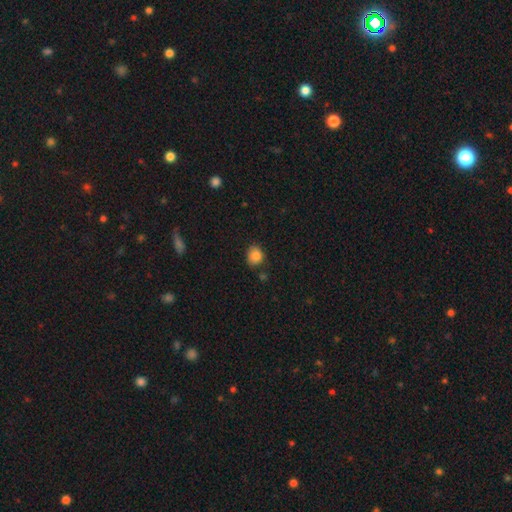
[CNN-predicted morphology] Smooth or featured: smooth — 84% (star or artifact — 10%)
How rounded: round — 63% (in between — 36%)
Merging: none — 76% (minor disturbance — 17%)